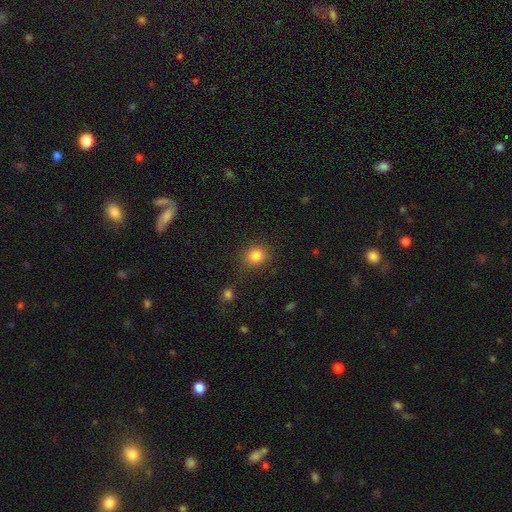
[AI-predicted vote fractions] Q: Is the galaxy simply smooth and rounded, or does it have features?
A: smooth — 83%.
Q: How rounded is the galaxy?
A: round — 78%.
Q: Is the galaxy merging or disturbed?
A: none — 81%.